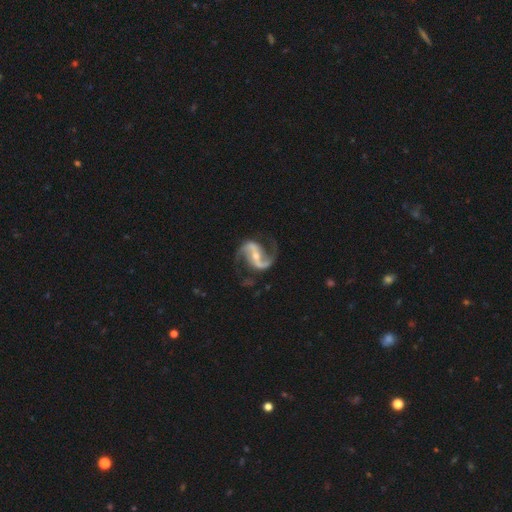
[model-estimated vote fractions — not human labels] smooth_or_featured: featured or disk (p=0.93) [alt: star or artifact p=0.04]
disk_edge_on: no (p=0.98) [alt: yes p=0.02]
bar: strong (p=0.51) [alt: weak p=0.31]
has_spiral_arms: yes (p=0.98) [alt: no p=0.02]
spiral_winding: loose (p=0.49) [alt: medium p=0.43]
spiral_arm_count: 2 (p=0.94) [alt: 1 p=0.02]
bulge_size: small (p=0.51) [alt: moderate p=0.45]
merging: none (p=0.77) [alt: minor disturbance p=0.14]